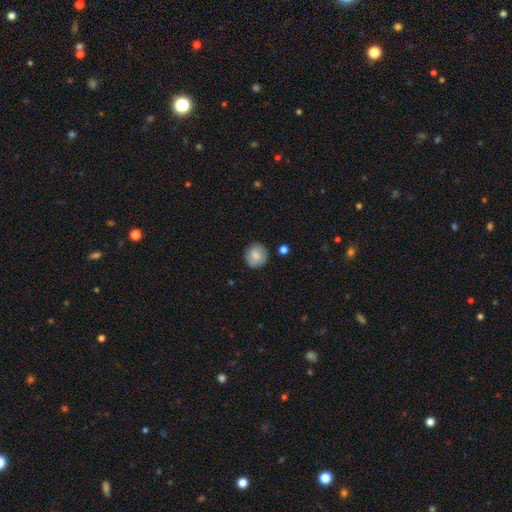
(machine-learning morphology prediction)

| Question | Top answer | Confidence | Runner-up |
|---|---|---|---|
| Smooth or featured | smooth | 79% | featured or disk (14%) |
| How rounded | round | 89% | in between (10%) |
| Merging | none | 83% | minor disturbance (12%) |